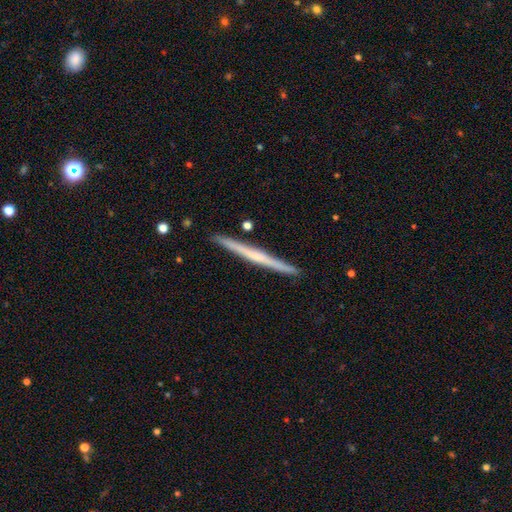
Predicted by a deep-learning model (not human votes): Morphology: type=featured or disk (59%); edge-on=yes (98%); edge-on bulge=none (69%); merging=none (91%).